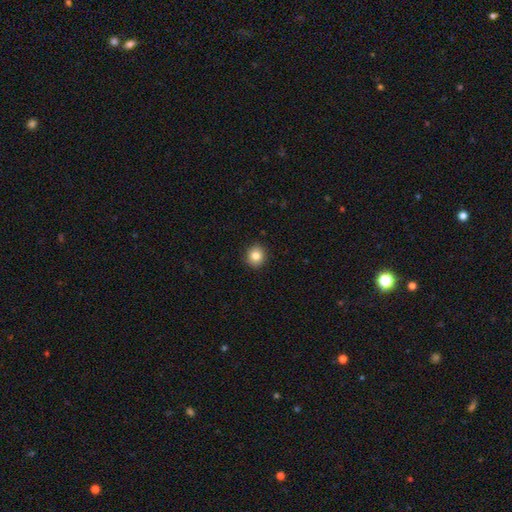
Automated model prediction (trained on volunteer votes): This appears to be a smooth galaxy with no disk features (84%) that is round (89%). Merging: none (92%).